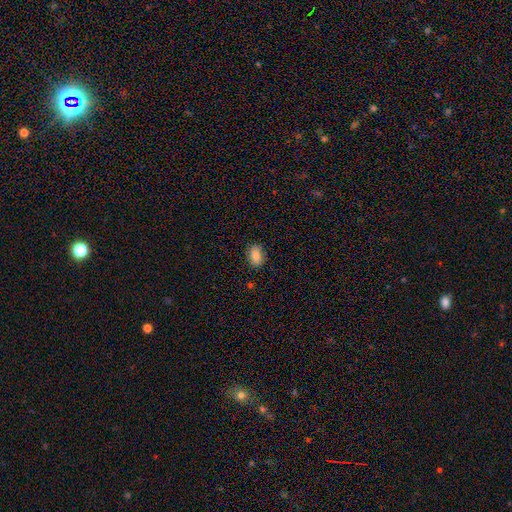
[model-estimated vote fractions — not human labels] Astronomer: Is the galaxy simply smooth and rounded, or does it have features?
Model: smooth — 84%.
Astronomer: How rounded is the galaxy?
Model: in between — 83%.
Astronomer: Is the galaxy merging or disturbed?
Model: none — 87%.